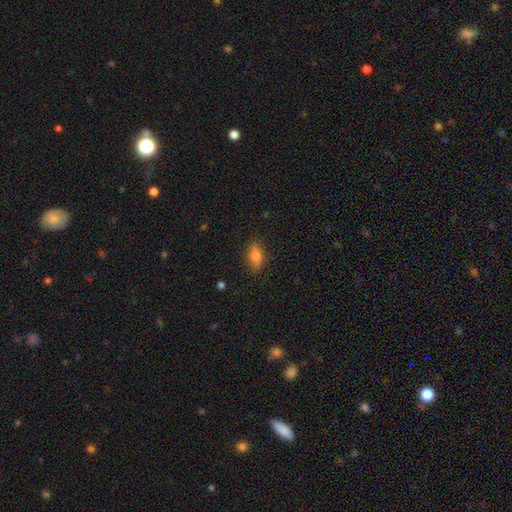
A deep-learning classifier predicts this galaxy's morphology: type=smooth (80%); roundness=in between (80%); merging=none (85%).